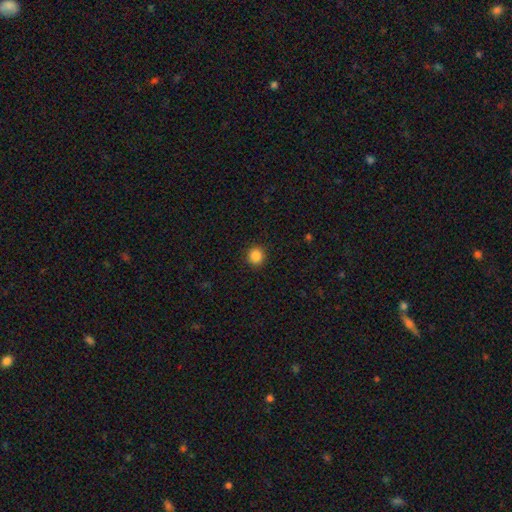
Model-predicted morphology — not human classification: This is clearly a smooth galaxy (87%). How rounded: clearly round (91%). Merging: clearly none (92%).